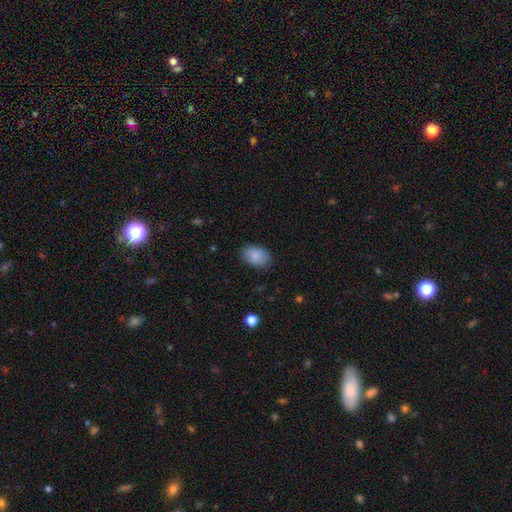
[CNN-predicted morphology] A smooth galaxy with no disk features (87%) that is in between round and cigar-shaped (88%).

Vote fractions:
- Smooth or featured? smooth: 87% / star or artifact: 7% / featured or disk: 6%
- How rounded? in between: 88% / round: 11% / cigar-shaped: 1%
- Merging? none: 83% / minor disturbance: 13% / major disturbance: 3% / merger: 1%